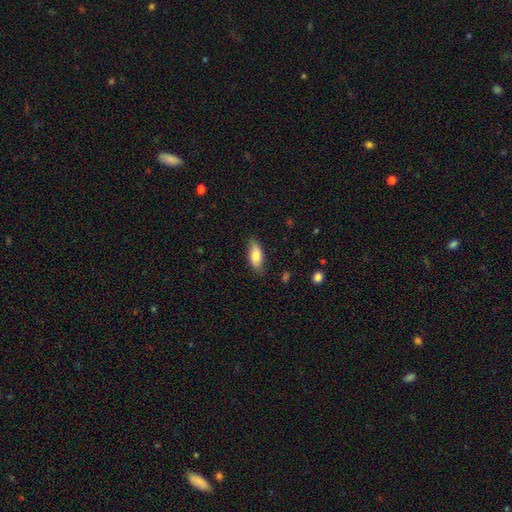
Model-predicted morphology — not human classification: smooth_or_featured: smooth (p=0.78) [alt: featured or disk p=0.16]
how_rounded: in between (p=0.82) [alt: cigar-shaped p=0.16]
merging: none (p=0.82) [alt: minor disturbance p=0.14]